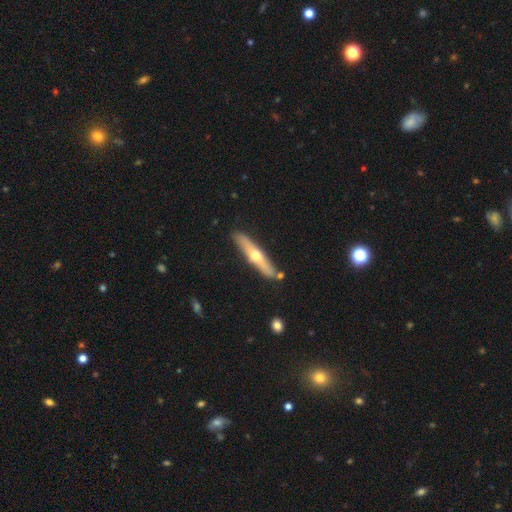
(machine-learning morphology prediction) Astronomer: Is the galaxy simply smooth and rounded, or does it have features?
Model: featured or disk — 55% (runner-up: smooth, 40%).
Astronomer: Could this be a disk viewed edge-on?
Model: yes — 89%.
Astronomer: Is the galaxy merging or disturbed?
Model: none — 84%.